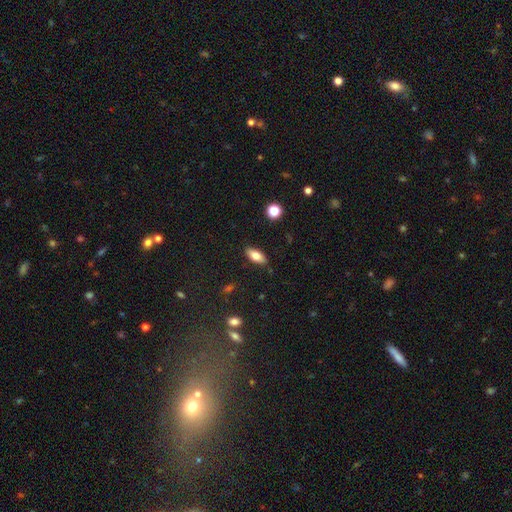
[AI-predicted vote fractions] smooth 78%, featured or disk 15%, star or artifact 8%. Down the decision tree: how rounded — in between (83%); merging — none (86%).